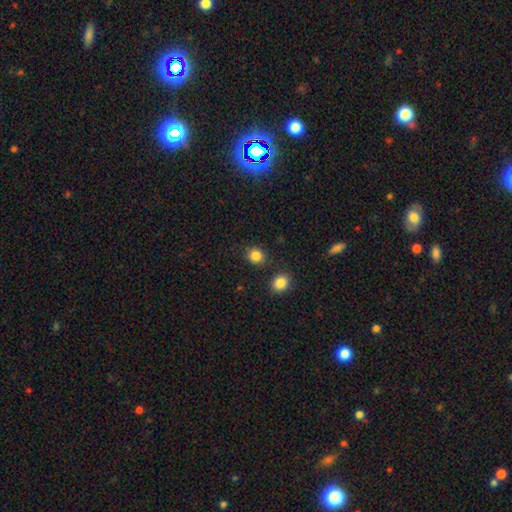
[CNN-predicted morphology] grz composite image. It shows a smooth galaxy with no disk features (85%) that is round (77%). Merging: none (84%).